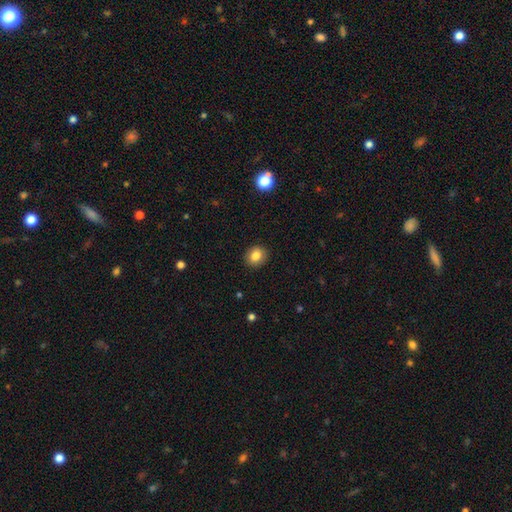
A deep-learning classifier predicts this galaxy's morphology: smooth_or_featured: smooth (p=0.83) [alt: star or artifact p=0.09]
how_rounded: round (p=0.71) [alt: in between p=0.29]
merging: none (p=0.90) [alt: minor disturbance p=0.07]